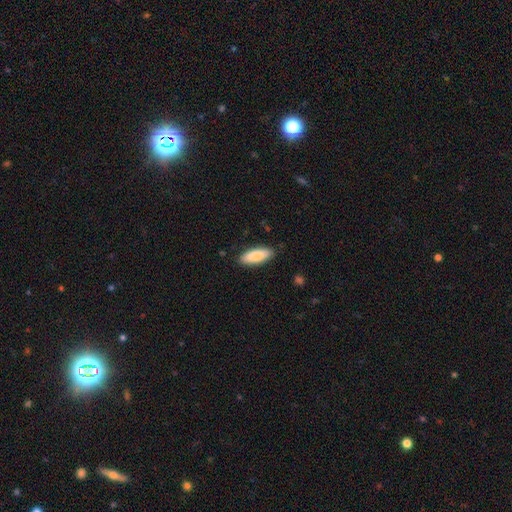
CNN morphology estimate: This is clearly a smooth galaxy (86%). How rounded: likely in between (68%). Merging: clearly none (87%).